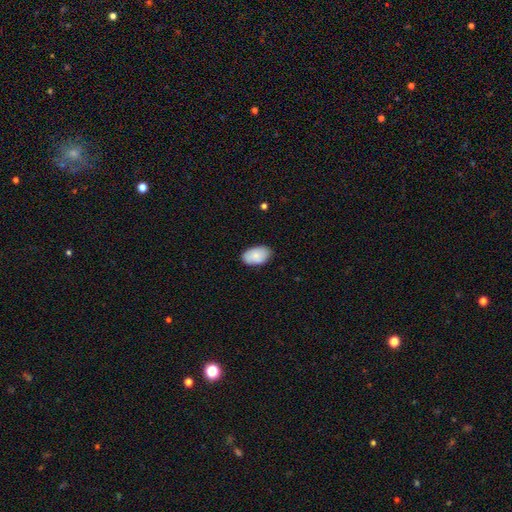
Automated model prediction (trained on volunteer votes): smooth-or-featured: smooth: 83% | featured or disk: 11% | star or artifact: 6%
  how-rounded: in between: 93% | round: 6% | cigar-shaped: 1%
  merging: none: 82% | minor disturbance: 14% | major disturbance: 2% | merger: 1%